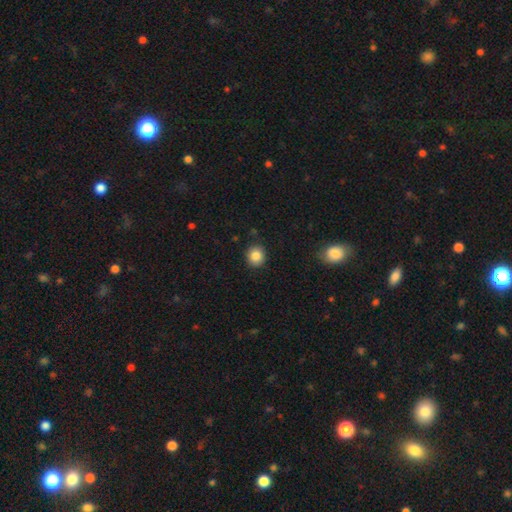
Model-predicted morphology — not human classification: A smooth galaxy with no disk features (85%) that is round (84%). Merging: none (90%).